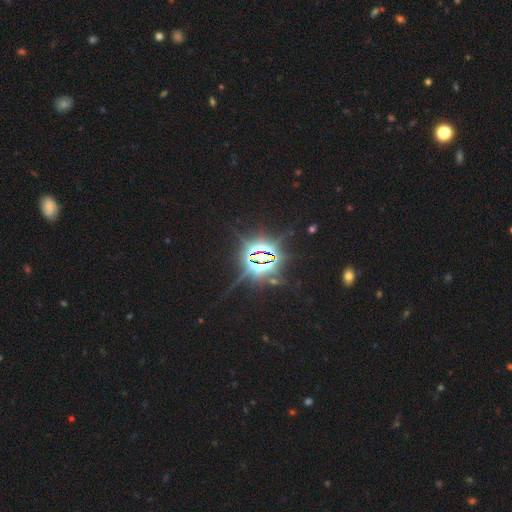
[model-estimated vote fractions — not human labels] This appears to be a star or artifact, not a galaxy (85%).